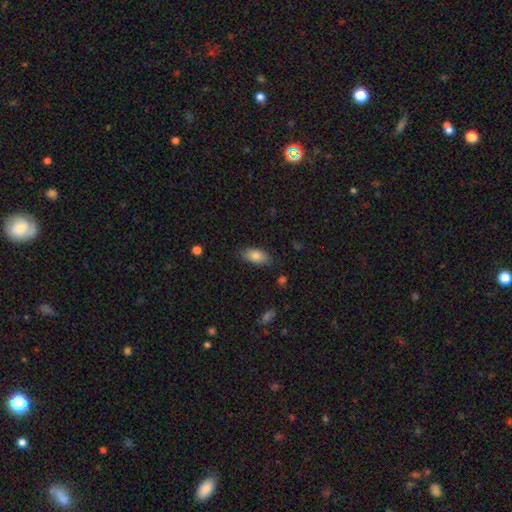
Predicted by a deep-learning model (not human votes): Smooth or featured: smooth — 81% (featured or disk — 11%)
How rounded: in between — 91% (cigar-shaped — 4%)
Merging: none — 83% (minor disturbance — 13%)